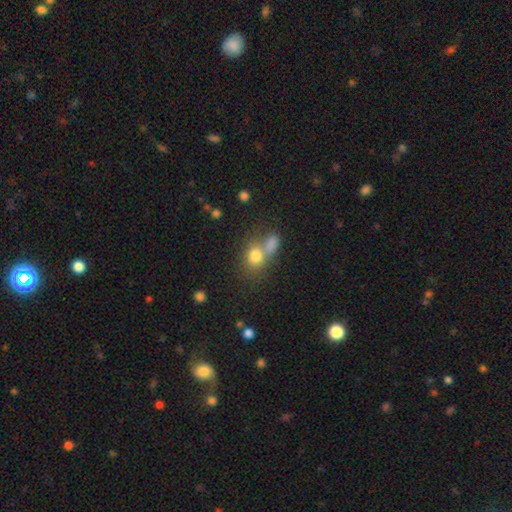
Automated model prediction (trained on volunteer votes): This is likely a smooth galaxy (77%). How rounded: likely round (61%). Merging: possibly merger (46%).